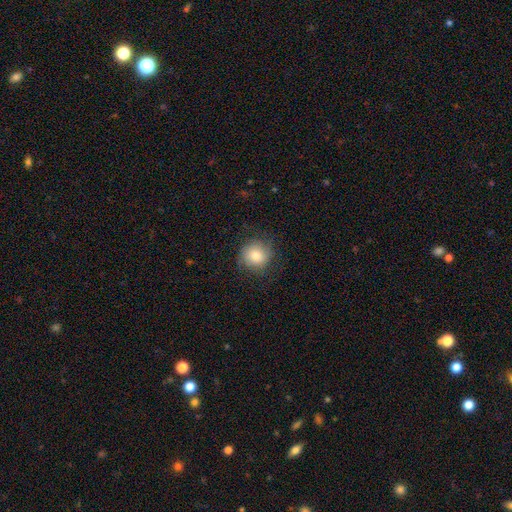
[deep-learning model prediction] The model was most divided on "smooth or featured": smooth: 74%, featured or disk: 17%, star or artifact: 9%. More confident: how rounded — round (89%); merging — none (79%).